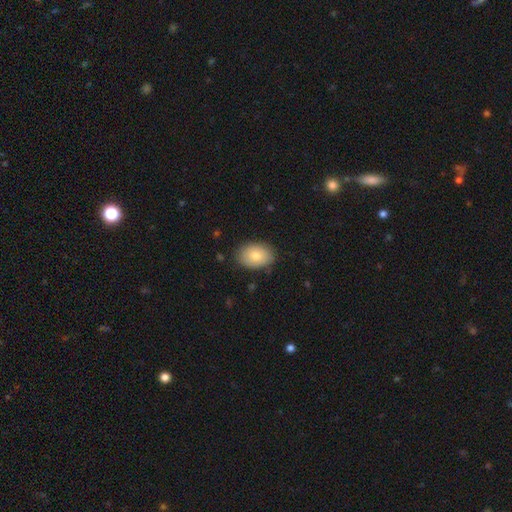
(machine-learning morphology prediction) type=smooth (81%); roundness=in between (82%); merging=none (84%).